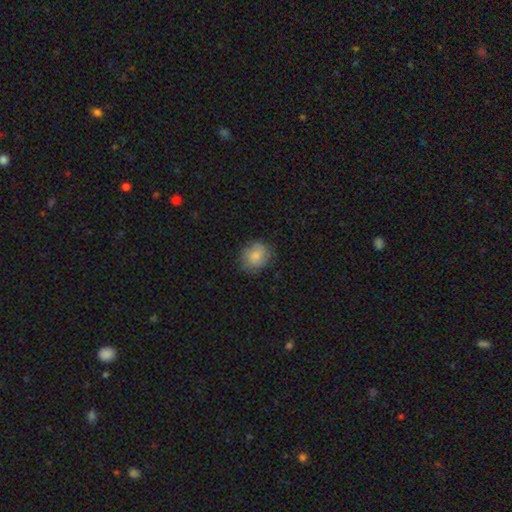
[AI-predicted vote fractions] Smooth or featured? smooth (79%)
How rounded? round (74%)
Merging? none (78%)